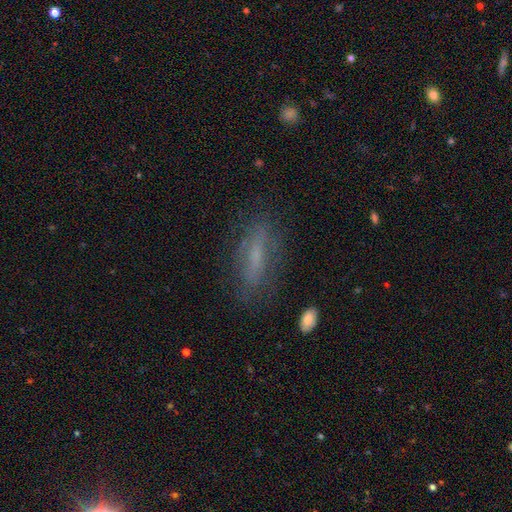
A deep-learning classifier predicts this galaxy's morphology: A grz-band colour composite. It shows a smooth galaxy with no disk features (50%). Merging: none (78%).